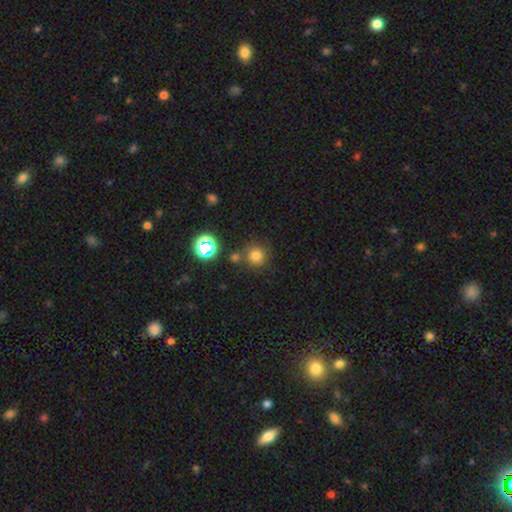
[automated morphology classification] Q: Smooth or featured?
A: smooth (73%); runner-up: star or artifact (19%)
Q: How rounded?
A: round (92%); runner-up: in between (7%)
Q: Merging?
A: none (73%); runner-up: merger (13%)